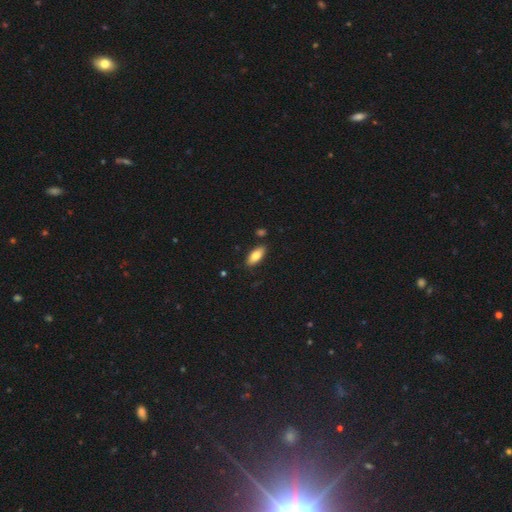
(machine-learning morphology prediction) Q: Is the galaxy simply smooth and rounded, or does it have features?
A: smooth — 81%.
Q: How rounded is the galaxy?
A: in between — 84%.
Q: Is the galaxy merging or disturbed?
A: none — 86%.